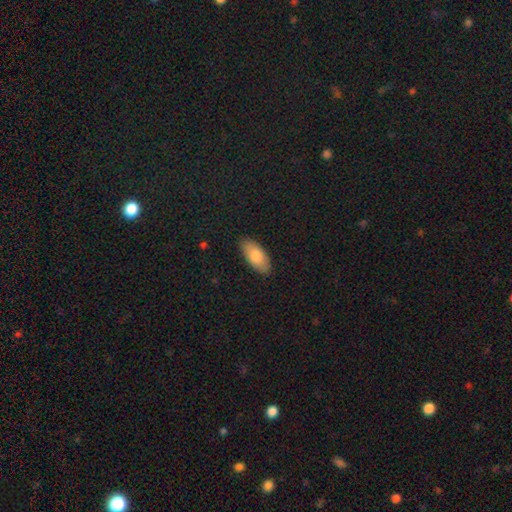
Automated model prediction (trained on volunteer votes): Morphology: type=smooth (81%); roundness=in between (90%); merging=none (88%).